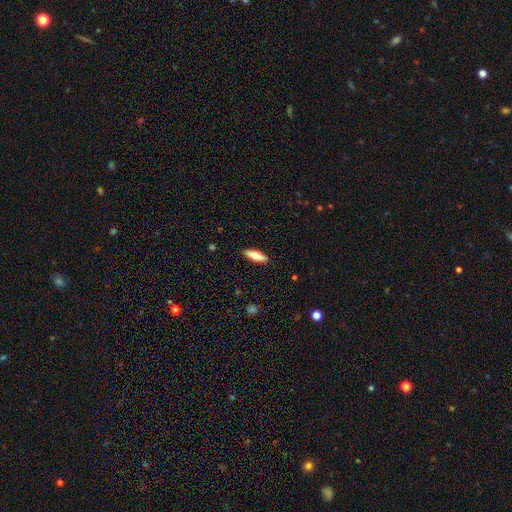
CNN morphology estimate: Overall: smooth (75%). How rounded: cigar-shaped (50%; in between 48%). Merging: none (89%).